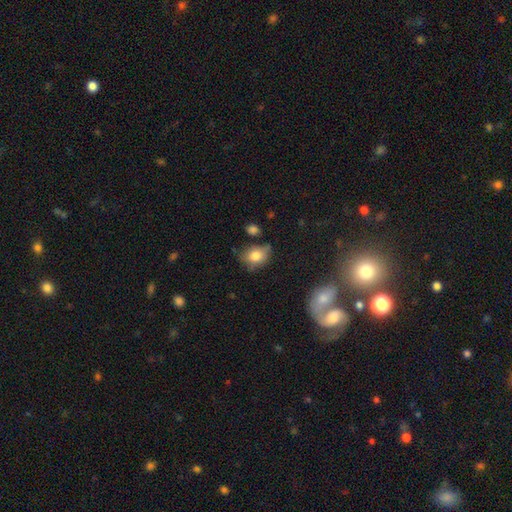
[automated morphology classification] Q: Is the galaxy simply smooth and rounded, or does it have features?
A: smooth — 76%.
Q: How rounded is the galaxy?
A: in between — 62%.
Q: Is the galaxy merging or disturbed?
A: none — 58%.